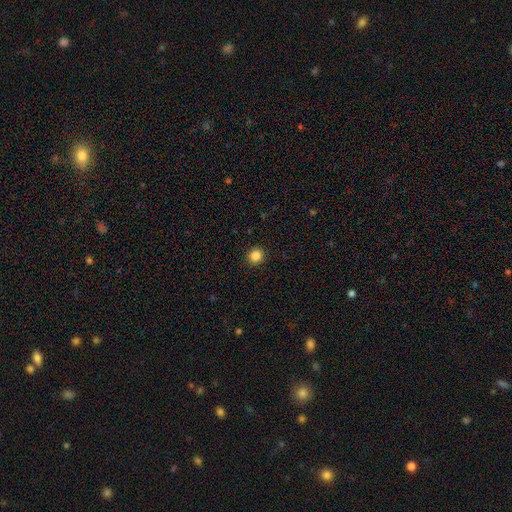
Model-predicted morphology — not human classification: smooth-or-featured: smooth: 84% | star or artifact: 11% | featured or disk: 4%
  how-rounded: round: 92% | in between: 7% | cigar-shaped: 1%
  merging: none: 93% | minor disturbance: 5% | major disturbance: 2% | merger: 1%